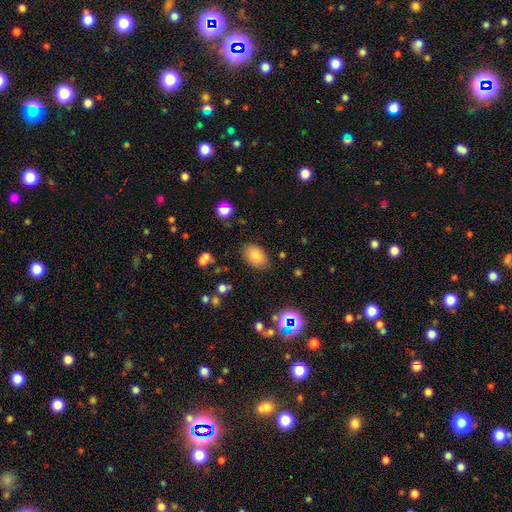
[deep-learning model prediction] A smooth galaxy with no disk features (80%) that is in between round and cigar-shaped (86%).

Vote fractions:
- Smooth or featured? smooth: 80% / star or artifact: 10% / featured or disk: 9%
- How rounded? in between: 86% / round: 13% / cigar-shaped: 1%
- Merging? none: 83% / minor disturbance: 12% / major disturbance: 3% / merger: 2%